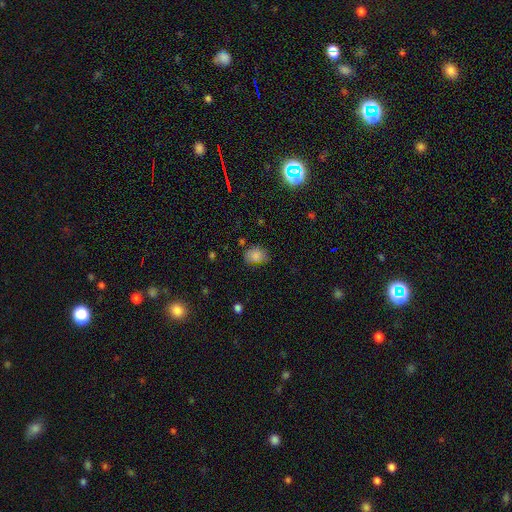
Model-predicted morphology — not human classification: smooth_or_featured: smooth (p=0.81) [alt: star or artifact p=0.11]
how_rounded: in between (p=0.63) [alt: round p=0.36]
merging: none (p=0.63) [alt: minor disturbance p=0.27]